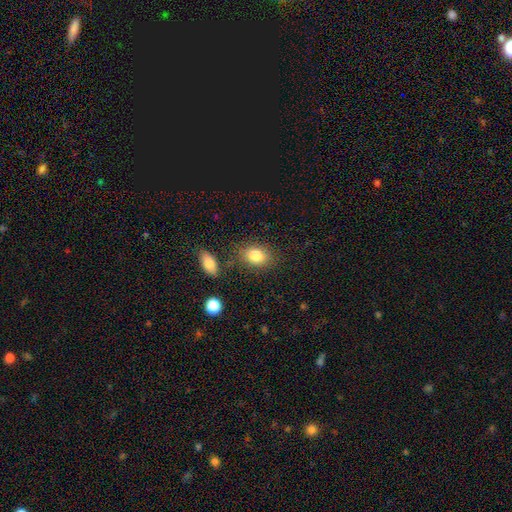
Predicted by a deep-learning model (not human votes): Overall: smooth (84%). How rounded: in between (73%). Merging: none (77%).